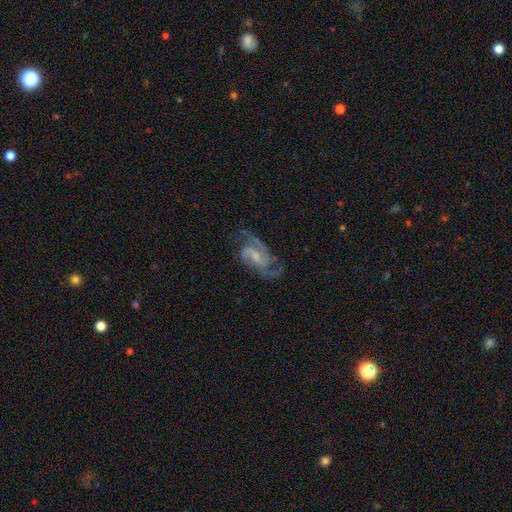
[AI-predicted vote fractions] The model was most divided on "bar": weak: 49%, no: 37%, strong: 14%. More confident: spiral arms — yes (97%); edge-on disk — no (97%); smooth or featured — featured or disk (89%); merging — none (66%); spiral winding — medium (57%); bulge size — small (57%); spiral arm count — 2 (52%).